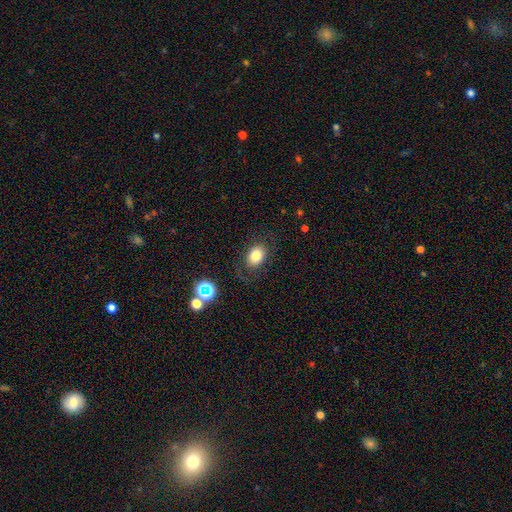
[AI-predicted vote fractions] This is likely a smooth galaxy (77%). How rounded: likely in between (68%). Merging: likely none (76%).